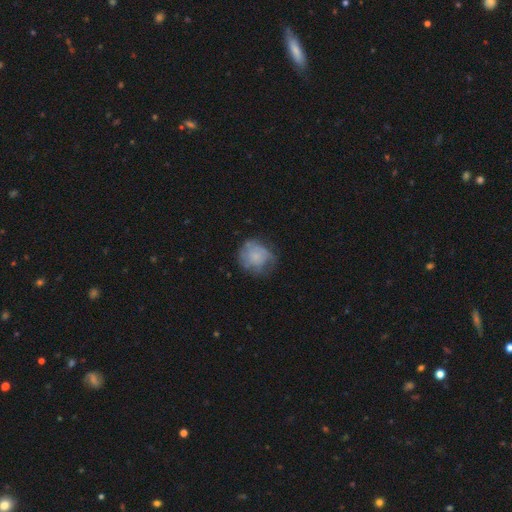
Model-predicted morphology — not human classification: A smooth galaxy with no disk features (55%) that is round (78%).

Vote fractions:
- Smooth or featured? smooth: 55% / featured or disk: 36% / star or artifact: 9%
- How rounded? round: 78% / in between: 21% / cigar-shaped: 1%
- Merging? none: 54% / minor disturbance: 28% / major disturbance: 16% / merger: 2%